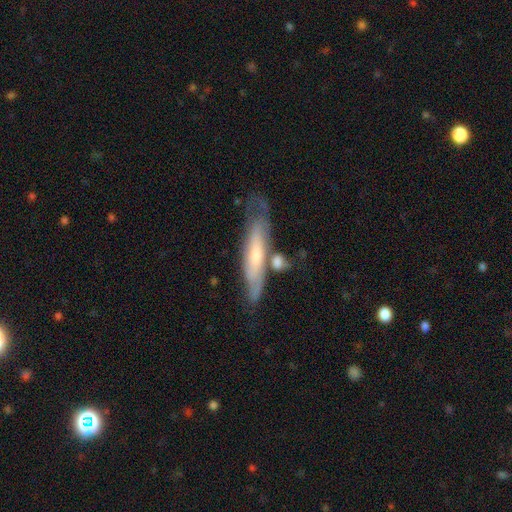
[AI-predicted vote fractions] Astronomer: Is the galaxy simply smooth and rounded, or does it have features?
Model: featured or disk — 53% (runner-up: smooth, 41%).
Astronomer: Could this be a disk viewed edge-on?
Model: yes — 56% (runner-up: no, 44%).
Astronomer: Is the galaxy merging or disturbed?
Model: none — 52%.